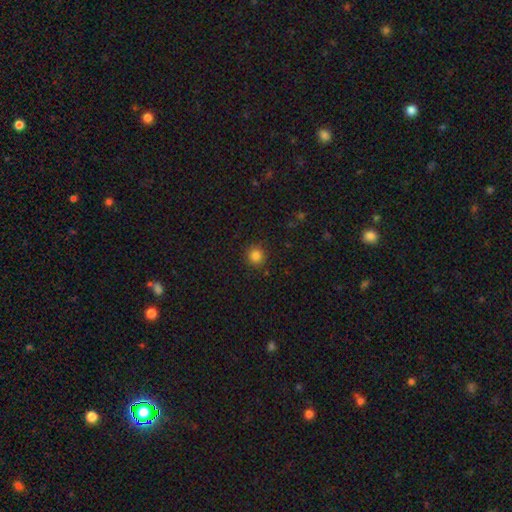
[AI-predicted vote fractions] Morphology: type=smooth (84%); roundness=round (92%); merging=none (89%).